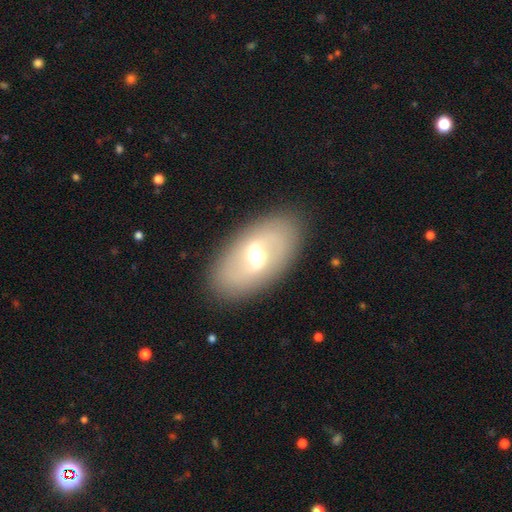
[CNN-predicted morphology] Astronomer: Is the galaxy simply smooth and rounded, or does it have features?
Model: featured or disk — 63%.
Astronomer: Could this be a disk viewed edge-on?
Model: no — 87%.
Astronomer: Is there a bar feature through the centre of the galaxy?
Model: weak — 46% (runner-up: strong, 39%).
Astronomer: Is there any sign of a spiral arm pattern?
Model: no — 65%.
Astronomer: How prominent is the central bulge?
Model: moderate — 66%.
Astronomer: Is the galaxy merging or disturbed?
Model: none — 86%.